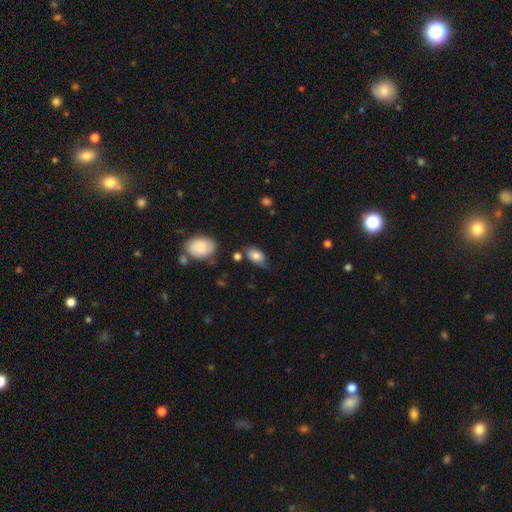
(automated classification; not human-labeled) Overall: smooth (78%). How rounded: in between (88%). Merging: none (49%; minor disturbance 35%).